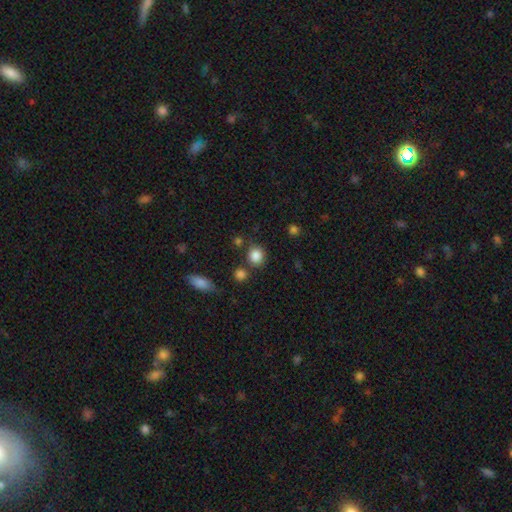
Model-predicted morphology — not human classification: Overall: smooth (85%). How rounded: round (83%). Merging: none (77%).